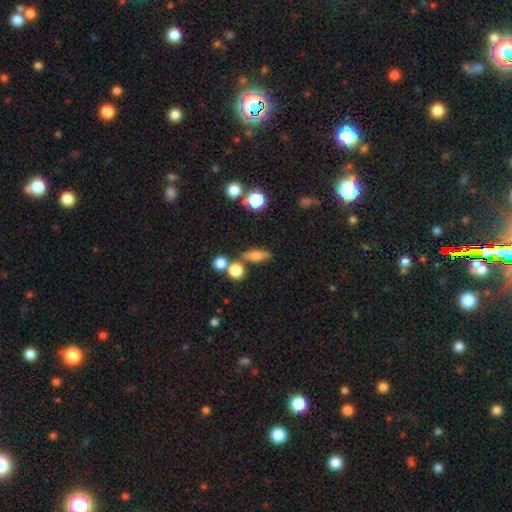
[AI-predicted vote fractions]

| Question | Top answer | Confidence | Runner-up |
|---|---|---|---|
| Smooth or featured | smooth | 63% | featured or disk (25%) |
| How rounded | in between | 48% | cigar-shaped (37%) |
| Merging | none | 71% | minor disturbance (13%) |